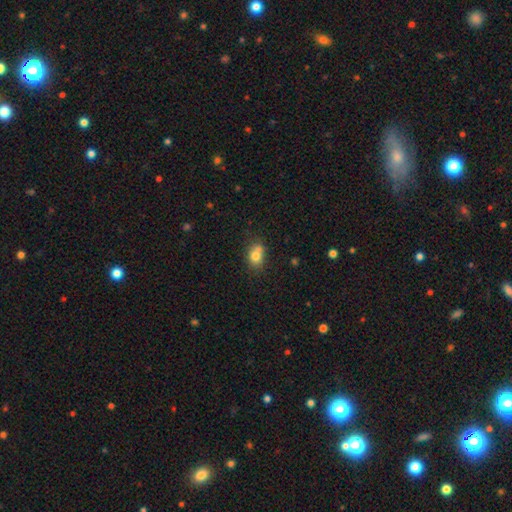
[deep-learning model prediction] Overall: smooth (76%). How rounded: in between (56%; round 43%). Merging: none (51%; merger 24%).